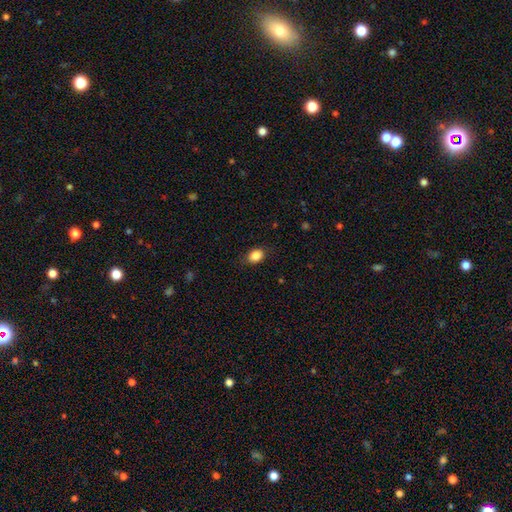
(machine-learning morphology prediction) smooth-or-featured: smooth: 87% | star or artifact: 9% | featured or disk: 5%
  how-rounded: in between: 66% | round: 33% | cigar-shaped: 1%
  merging: none: 81% | minor disturbance: 14% | major disturbance: 4% | merger: 1%